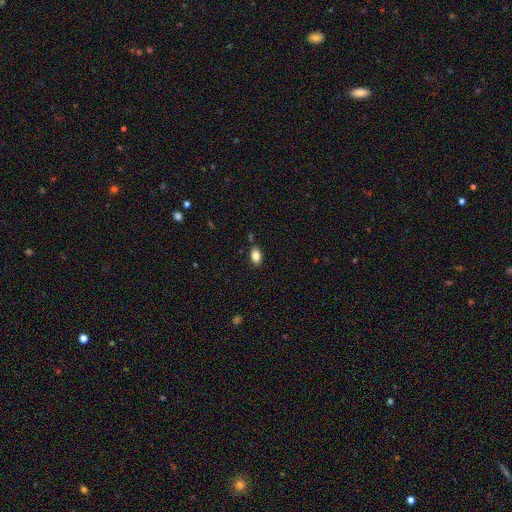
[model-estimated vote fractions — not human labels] smooth 84%, star or artifact 9%, featured or disk 7%. Down the decision tree: how rounded — in between (87%); merging — none (84%).